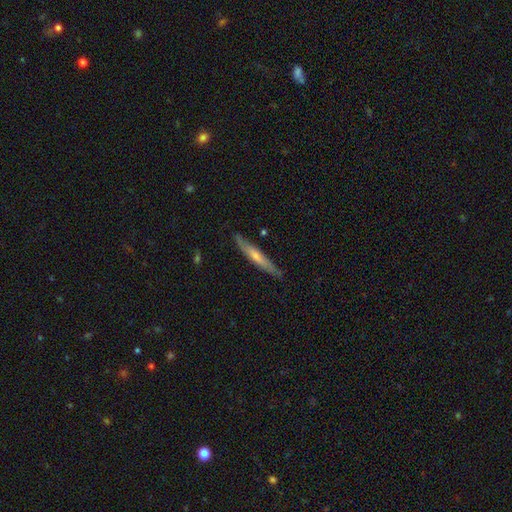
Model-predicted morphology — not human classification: featured or disk 52%, smooth 42%, star or artifact 6%. Down the decision tree: edge-on disk — yes (84%); merging — none (82%).